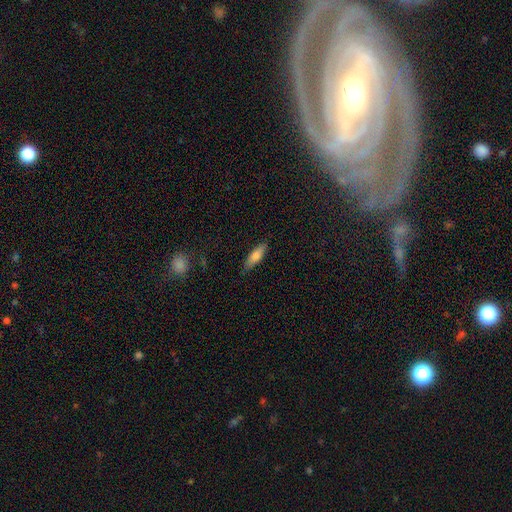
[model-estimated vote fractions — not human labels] Smooth or featured: smooth — 74% (featured or disk — 19%)
How rounded: cigar-shaped — 56% (in between — 43%)
Merging: none — 85% (minor disturbance — 12%)